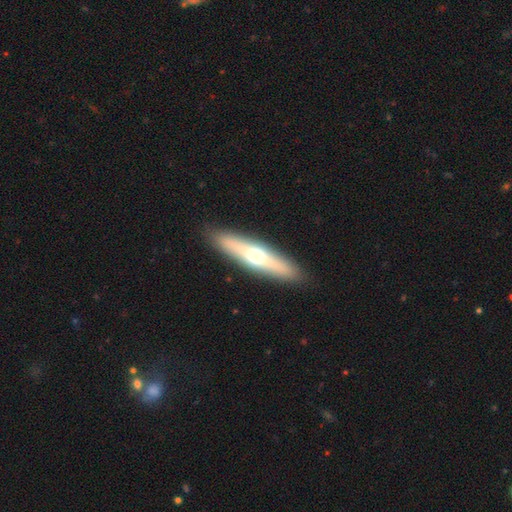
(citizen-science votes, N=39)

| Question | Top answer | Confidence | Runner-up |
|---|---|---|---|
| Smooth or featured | featured or disk | 56% | smooth (36%) |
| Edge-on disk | yes | 77% | no (23%) |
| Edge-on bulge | rounded | 94% | none (6%) |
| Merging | none | 89% | merger (6%) |